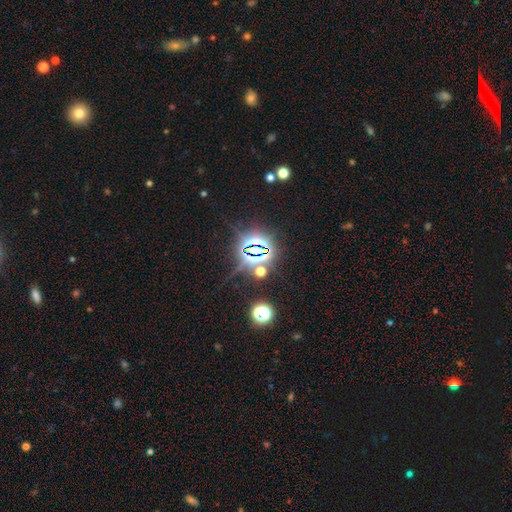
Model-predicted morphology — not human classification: Smooth or featured? star or artifact (82%)